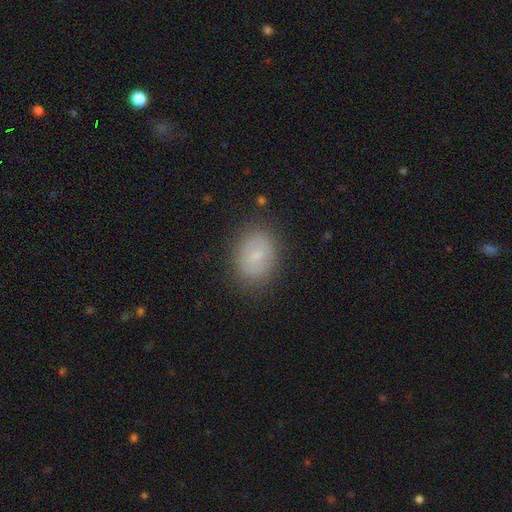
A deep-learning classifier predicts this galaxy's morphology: type=smooth (62%); roundness=in between (61%); merging=none (84%).